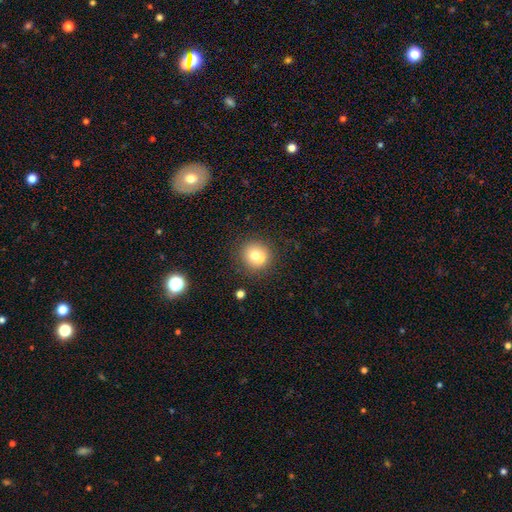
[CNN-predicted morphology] This is likely a smooth galaxy (71%). How rounded: clearly round (90%). Merging: likely none (64%).